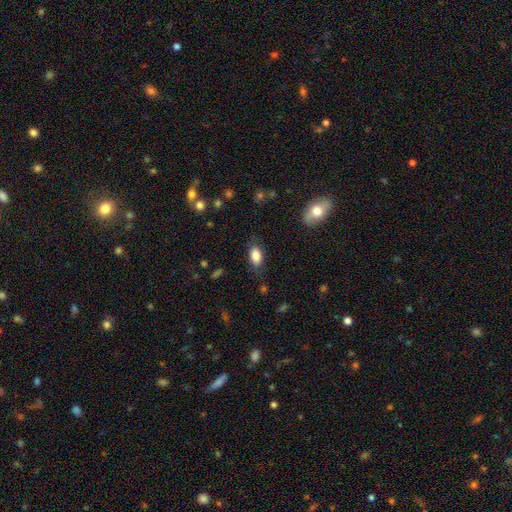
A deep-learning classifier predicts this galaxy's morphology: smooth_or_featured: smooth (p=0.85) [alt: featured or disk p=0.08]
how_rounded: in between (p=0.91) [alt: round p=0.06]
merging: none (p=0.78) [alt: minor disturbance p=0.16]